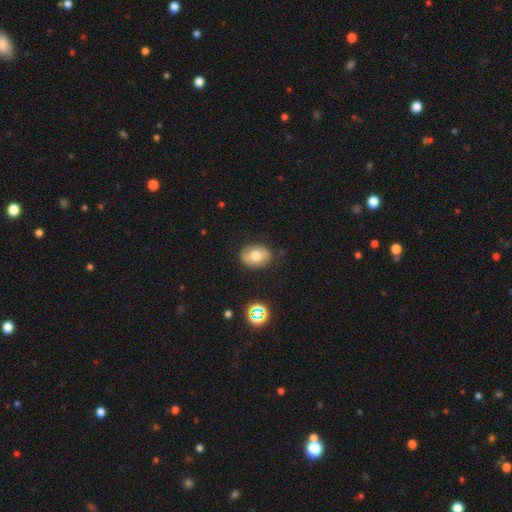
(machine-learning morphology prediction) type=smooth (61%); roundness=in between (62%); merging=none (83%).